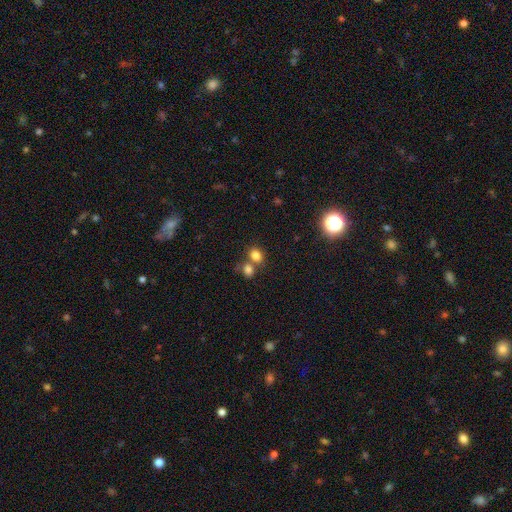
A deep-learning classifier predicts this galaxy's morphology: smooth-or-featured: smooth: 80% | star or artifact: 12% | featured or disk: 8%
  how-rounded: in between: 55% | round: 44% | cigar-shaped: 1%
  merging: none: 46% | merger: 40% | minor disturbance: 10% | major disturbance: 4%